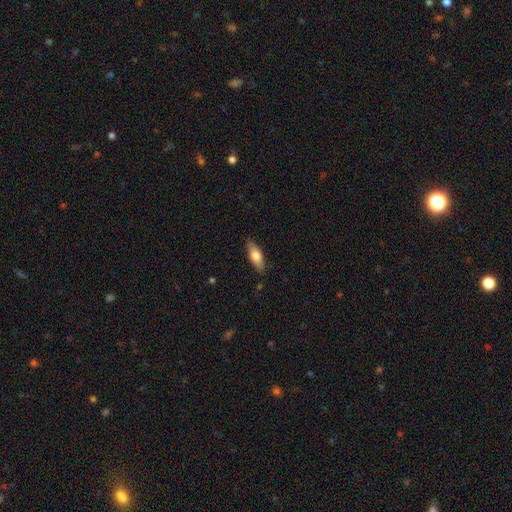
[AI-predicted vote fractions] The model was most divided on "how rounded": in between: 60%, cigar-shaped: 38%, round: 2%. More confident: merging — none (85%); smooth or featured — smooth (66%).